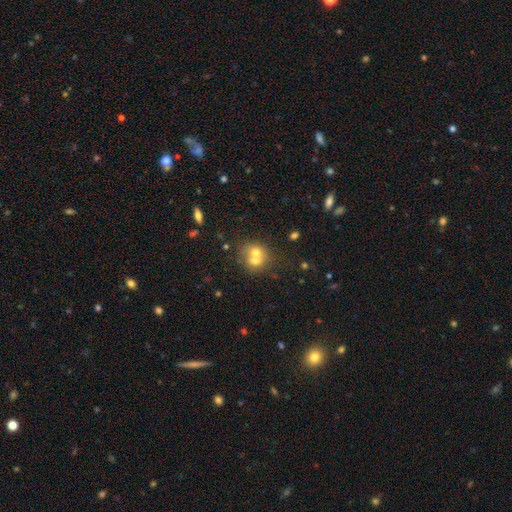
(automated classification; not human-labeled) Morphology: type=smooth (63%); roundness=round (72%); merging=merger (63%).